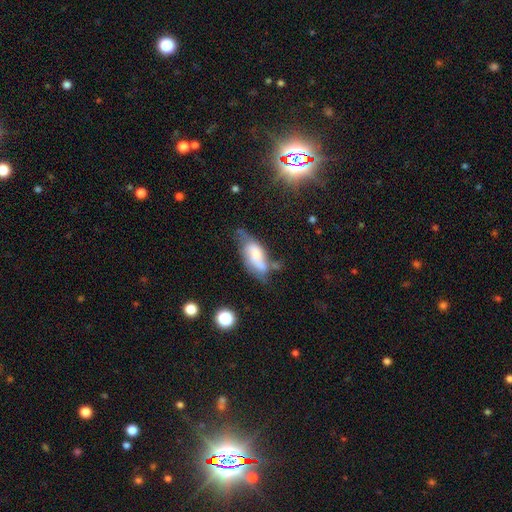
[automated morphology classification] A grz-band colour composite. It shows a smooth galaxy with no disk features (49%). Merging: minor disturbance (31%).